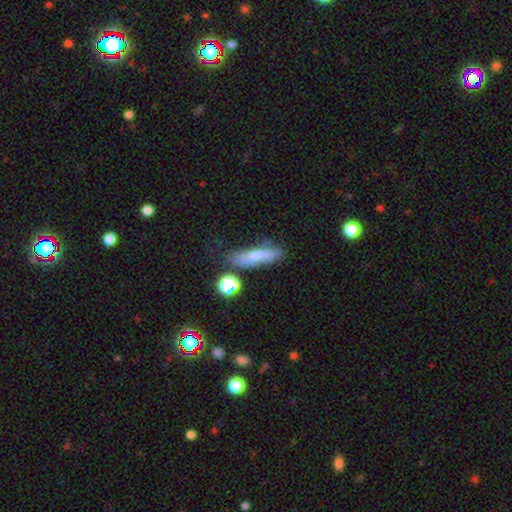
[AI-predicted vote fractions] Q: Smooth or featured?
A: smooth (60%); runner-up: featured or disk (29%)
Q: How rounded?
A: cigar-shaped (69%); runner-up: in between (27%)
Q: Merging?
A: none (67%); runner-up: minor disturbance (21%)